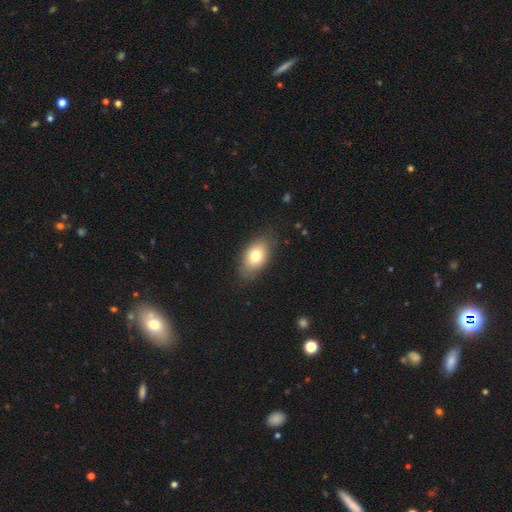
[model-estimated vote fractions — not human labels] Q: Smooth or featured?
A: smooth (77%); runner-up: featured or disk (15%)
Q: How rounded?
A: in between (89%); runner-up: round (9%)
Q: Merging?
A: none (81%); runner-up: minor disturbance (15%)